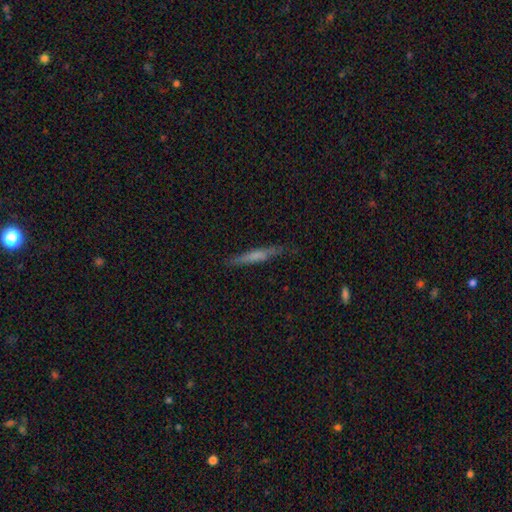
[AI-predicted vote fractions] A smooth galaxy with no disk features (55%) that is cigar-shaped (94%). Merging: none (82%).